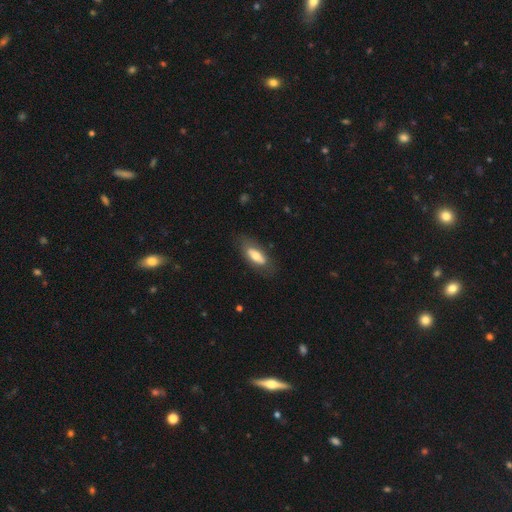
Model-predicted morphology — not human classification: Smooth or featured: smooth — 61% (featured or disk — 33%)
How rounded: in between — 77% (cigar-shaped — 21%)
Merging: none — 75% (minor disturbance — 17%)